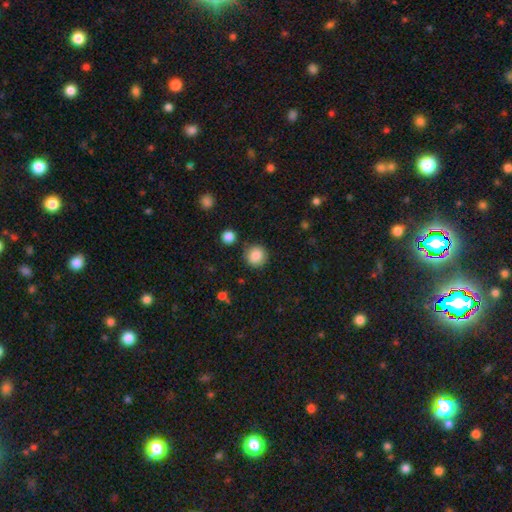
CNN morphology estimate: Smooth or featured? smooth (87%)
How rounded? round (92%)
Merging? none (87%)